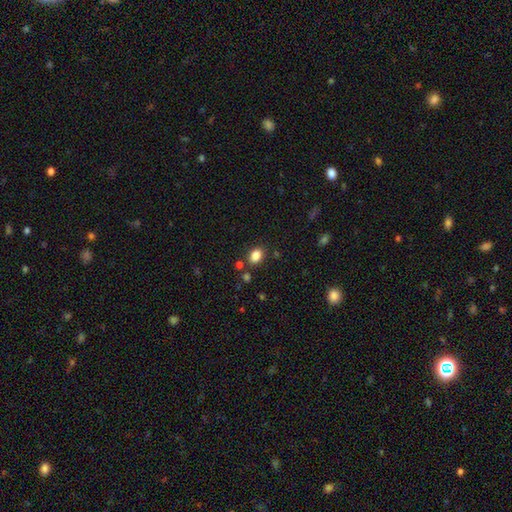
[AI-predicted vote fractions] This is clearly a smooth galaxy (85%). How rounded: likely in between (74%). Merging: likely none (80%).